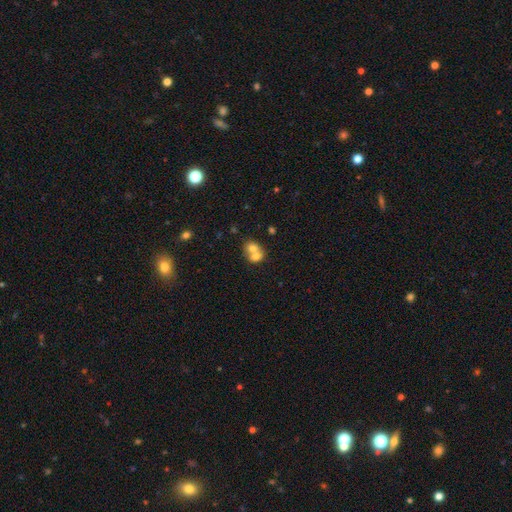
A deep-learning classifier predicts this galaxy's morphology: smooth_or_featured: smooth (p=0.69) [alt: featured or disk p=0.22]
how_rounded: round (p=0.54) [alt: in between p=0.45]
merging: merger (p=0.72) [alt: none p=0.20]